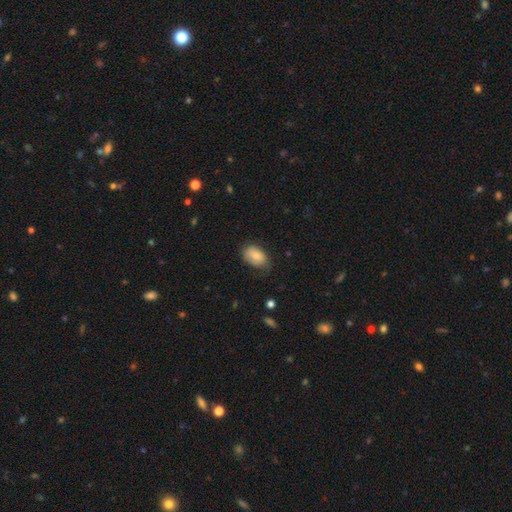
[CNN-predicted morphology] Overall: smooth (78%). How rounded: in between (87%). Merging: none (63%; minor disturbance 29%).